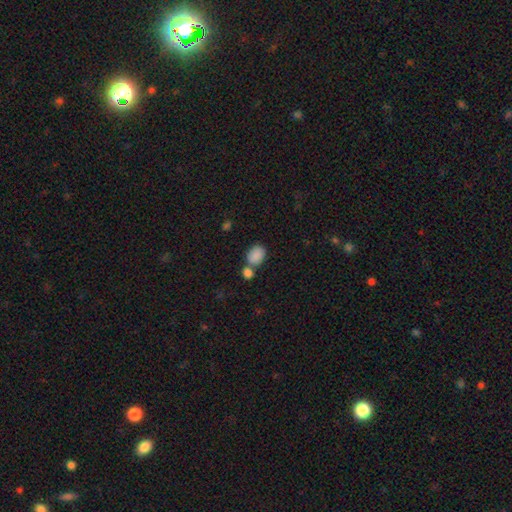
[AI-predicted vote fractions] smooth-or-featured: smooth: 86% | star or artifact: 8% | featured or disk: 5%
  how-rounded: in between: 67% | round: 31% | cigar-shaped: 1%
  merging: none: 48% | merger: 36% | minor disturbance: 12% | major disturbance: 4%